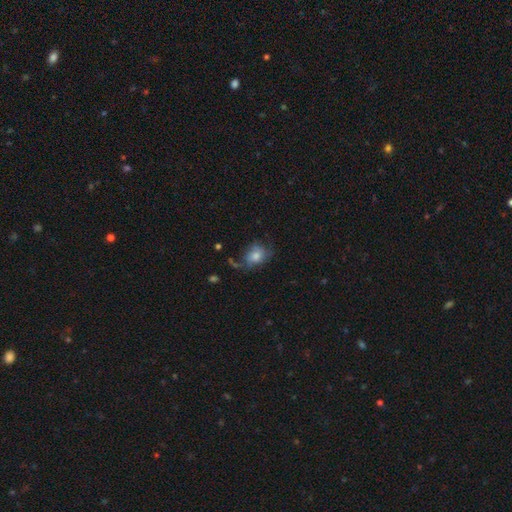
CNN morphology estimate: smooth-or-featured: smooth: 65% | featured or disk: 25% | star or artifact: 10%
  how-rounded: in between: 56% | round: 42% | cigar-shaped: 1%
  merging: none: 45% | minor disturbance: 30% | major disturbance: 21% | merger: 4%